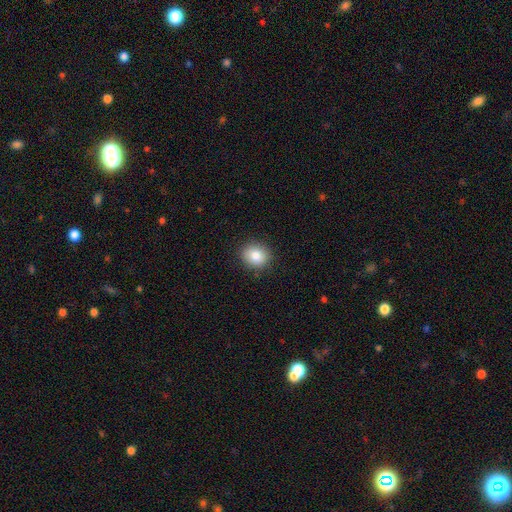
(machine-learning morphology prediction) smooth 83%, star or artifact 10%, featured or disk 8%. Down the decision tree: how rounded — round (77%); merging — none (89%).